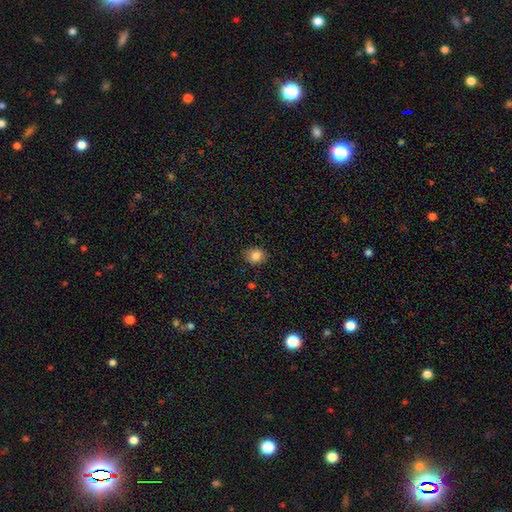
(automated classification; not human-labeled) Morphology: type=smooth (85%); roundness=round (73%); merging=none (83%).